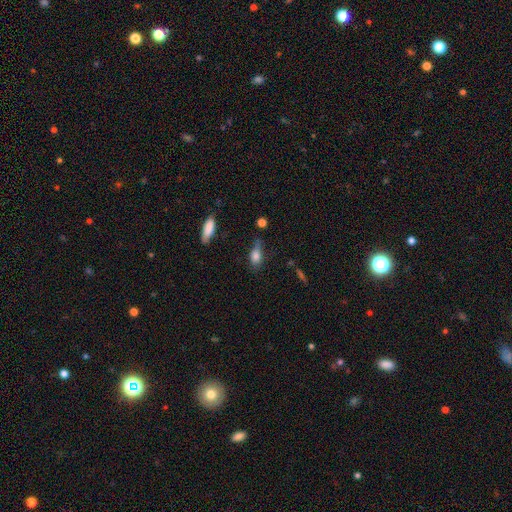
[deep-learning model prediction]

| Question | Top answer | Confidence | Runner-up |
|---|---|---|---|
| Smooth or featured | smooth | 78% | featured or disk (13%) |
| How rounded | in between | 76% | round (13%) |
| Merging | none | 40% | minor disturbance (38%) |